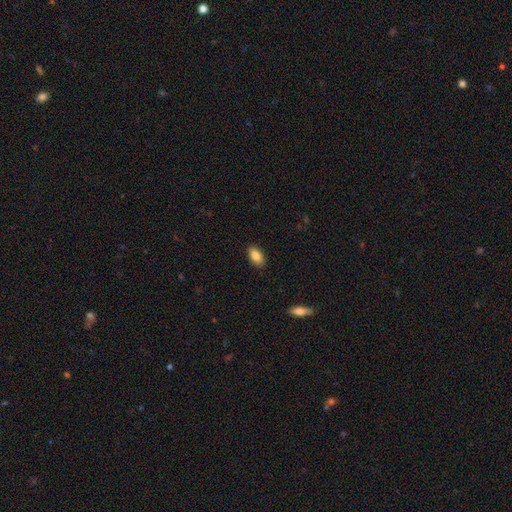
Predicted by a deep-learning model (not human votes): Smooth or featured? smooth (87%)
How rounded? in between (92%)
Merging? none (88%)